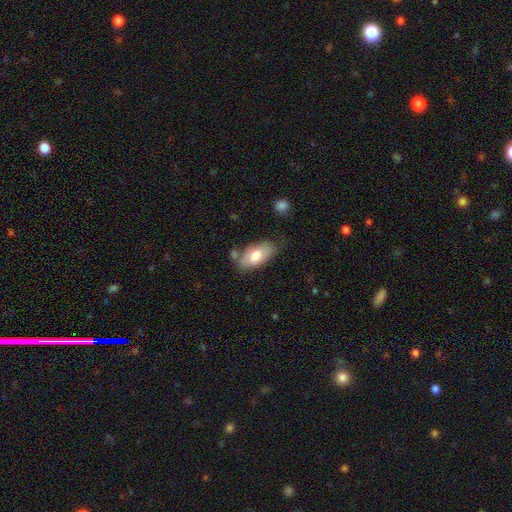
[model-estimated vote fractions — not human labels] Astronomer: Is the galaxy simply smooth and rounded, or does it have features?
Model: smooth — 76%.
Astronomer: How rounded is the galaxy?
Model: in between — 91%.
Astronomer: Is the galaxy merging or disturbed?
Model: none — 67%.